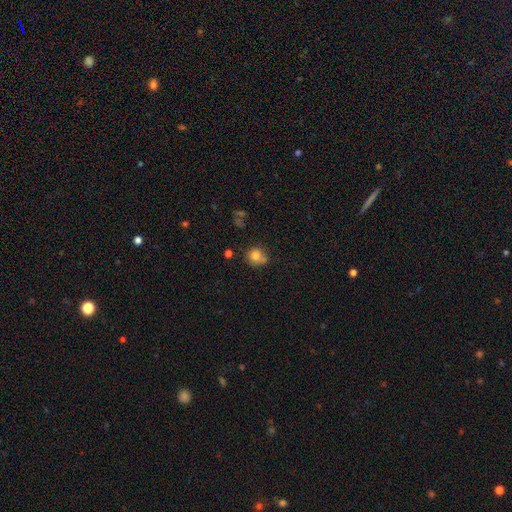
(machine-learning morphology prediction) Q: Smooth or featured?
A: smooth (79%); runner-up: star or artifact (11%)
Q: How rounded?
A: round (81%); runner-up: in between (18%)
Q: Merging?
A: none (58%); runner-up: minor disturbance (25%)